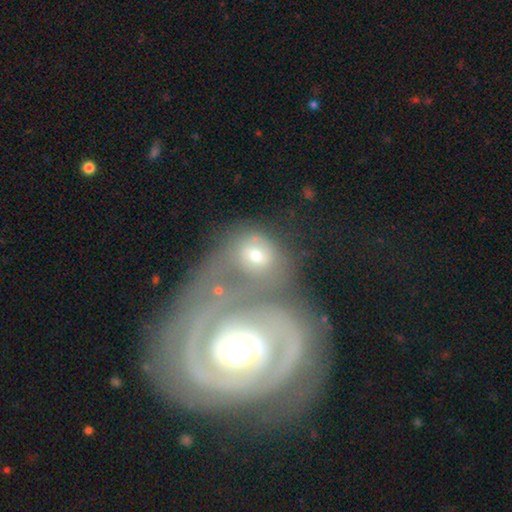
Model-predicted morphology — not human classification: This appears to be a smooth galaxy with no disk features (44%, tied with featured or disk). Merging: merger (56%).